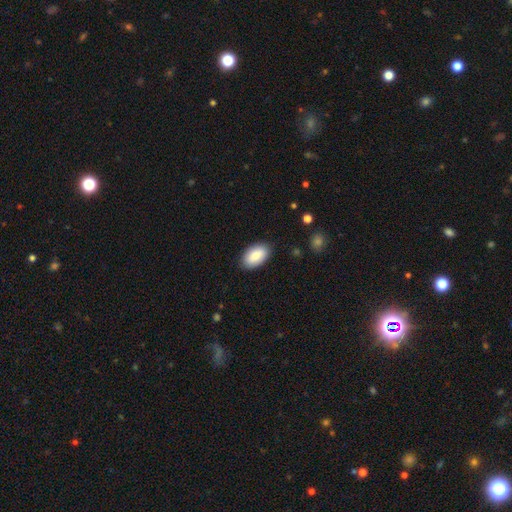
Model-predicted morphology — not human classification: This appears to be a smooth galaxy with no disk features (83%) that is in between round and cigar-shaped (94%). Merging: none (87%).